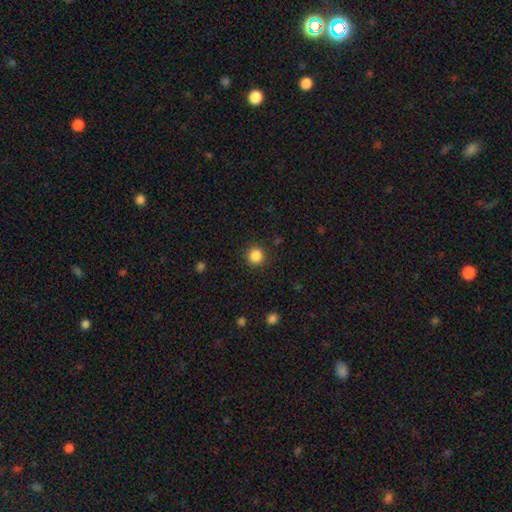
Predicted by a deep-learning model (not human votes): Smooth or featured? Predicted: smooth (p=0.86). How rounded? Predicted: round (p=0.94). Merging? Predicted: none (p=0.91).